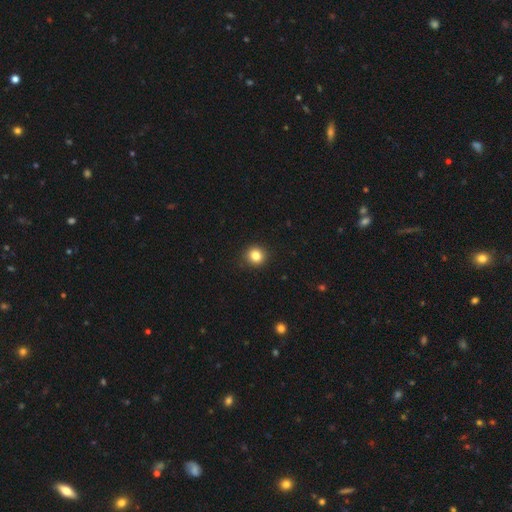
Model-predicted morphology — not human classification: A smooth galaxy with no disk features (84%) that is round (89%).

Vote fractions:
- Smooth or featured? smooth: 84% / star or artifact: 11% / featured or disk: 5%
- How rounded? round: 89% / in between: 10% / cigar-shaped: 1%
- Merging? none: 91% / minor disturbance: 6% / major disturbance: 2% / merger: 1%